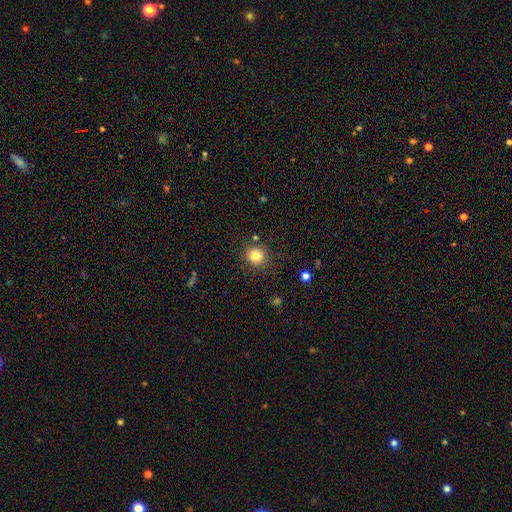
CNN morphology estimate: This appears to be a smooth galaxy with no disk features (83%) that is round (85%). Merging: none (86%).